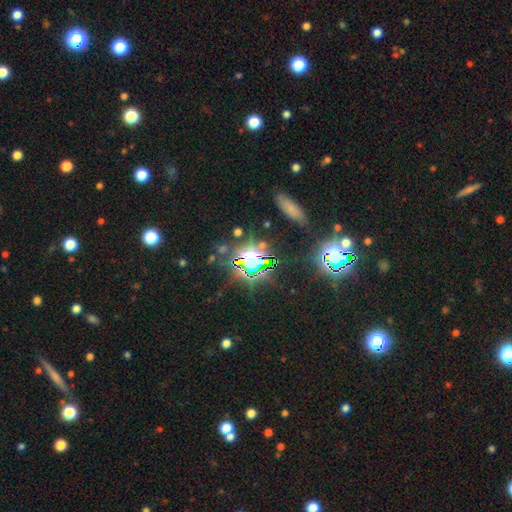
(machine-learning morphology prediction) Smooth or featured: star or artifact — 77% (smooth — 14%)